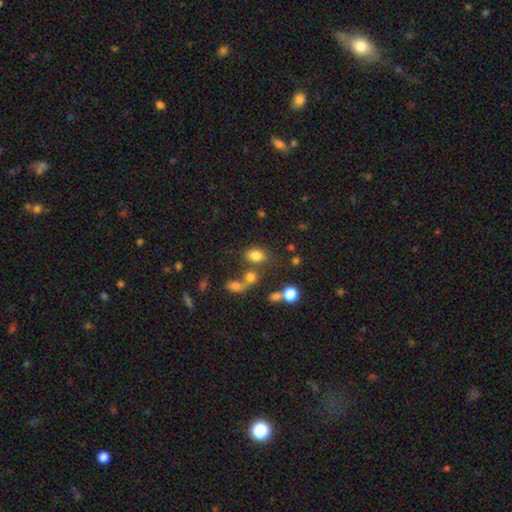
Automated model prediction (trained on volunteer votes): Q: Smooth or featured?
A: smooth (78%); runner-up: star or artifact (13%)
Q: How rounded?
A: in between (77%); runner-up: round (21%)
Q: Merging?
A: none (63%); runner-up: merger (17%)